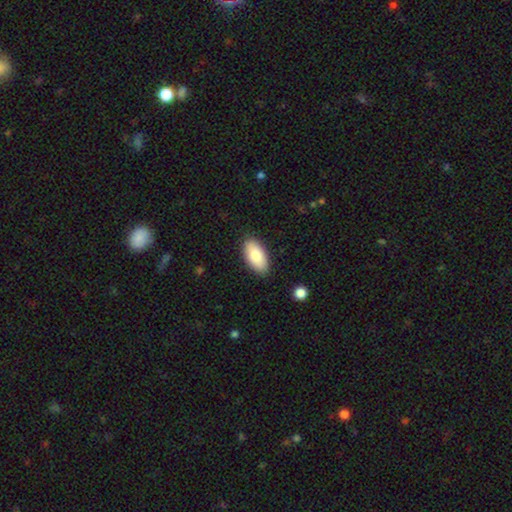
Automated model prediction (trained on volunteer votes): Q: Smooth or featured?
A: smooth (83%); runner-up: featured or disk (11%)
Q: How rounded?
A: in between (93%); runner-up: cigar-shaped (5%)
Q: Merging?
A: none (86%); runner-up: minor disturbance (10%)